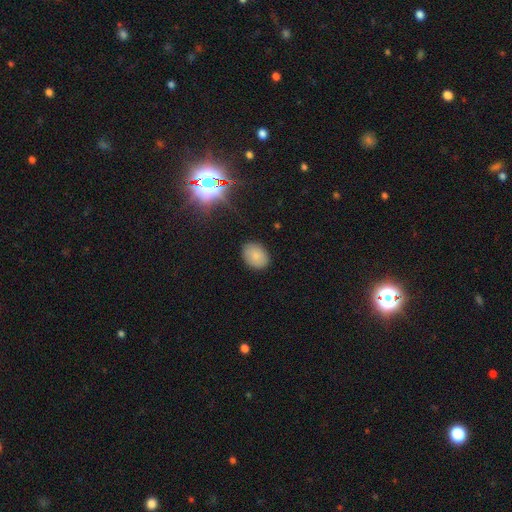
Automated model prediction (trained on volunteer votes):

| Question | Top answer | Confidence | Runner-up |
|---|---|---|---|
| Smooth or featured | smooth | 83% | star or artifact (10%) |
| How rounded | in between | 71% | round (28%) |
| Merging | none | 86% | minor disturbance (10%) |